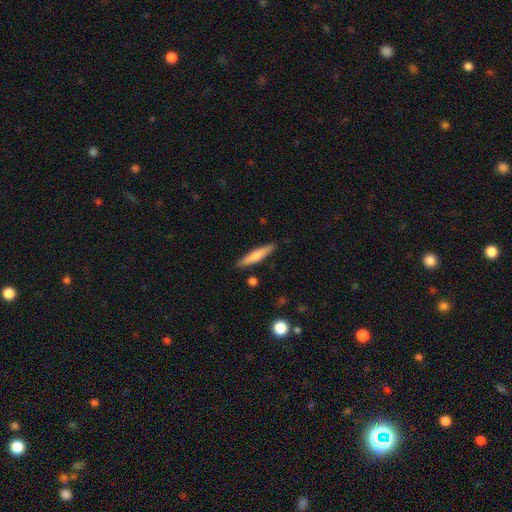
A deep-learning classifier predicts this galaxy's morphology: Smooth or featured?
  - smooth: 62% *
  - featured or disk: 33%
  - star or artifact: 6%
How rounded?
  - cigar-shaped: 89% *
  - in between: 10%
  - round: 1%
Merging?
  - none: 88% *
  - minor disturbance: 8%
  - merger: 2%
  - major disturbance: 2%